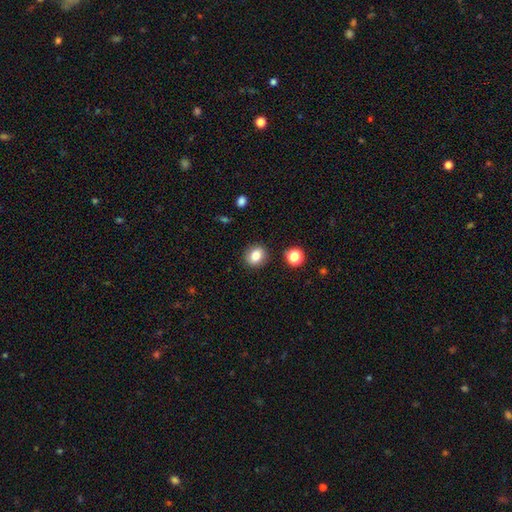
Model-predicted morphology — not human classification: Q: Smooth or featured?
A: smooth (82%); runner-up: star or artifact (10%)
Q: How rounded?
A: round (65%); runner-up: in between (34%)
Q: Merging?
A: none (88%); runner-up: minor disturbance (8%)